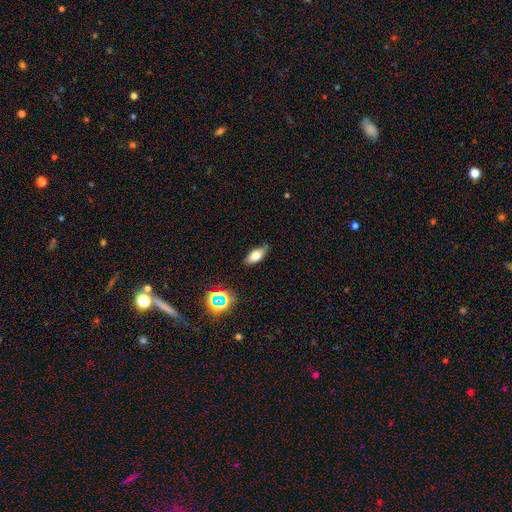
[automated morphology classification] type=smooth (71%); roundness=in between (84%); merging=none (72%).